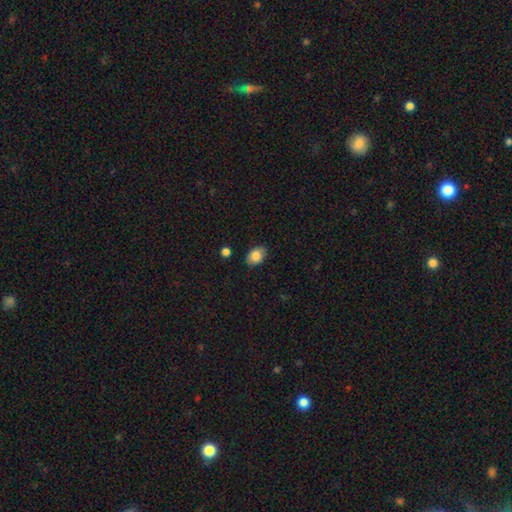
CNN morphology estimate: type=smooth (85%); roundness=in between (76%); merging=none (84%).